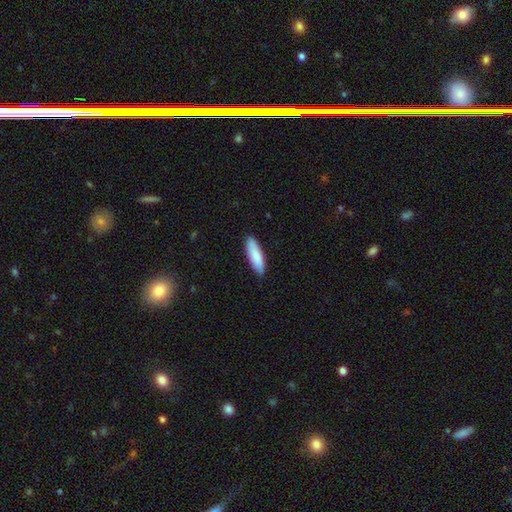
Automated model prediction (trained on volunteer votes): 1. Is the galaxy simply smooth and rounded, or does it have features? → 86% smooth, 9% featured or disk, 5% star or artifact.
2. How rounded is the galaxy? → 55% cigar-shaped, 43% in between, 2% round.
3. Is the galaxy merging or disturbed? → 89% none, 9% minor disturbance, 2% major disturbance, 1% merger.